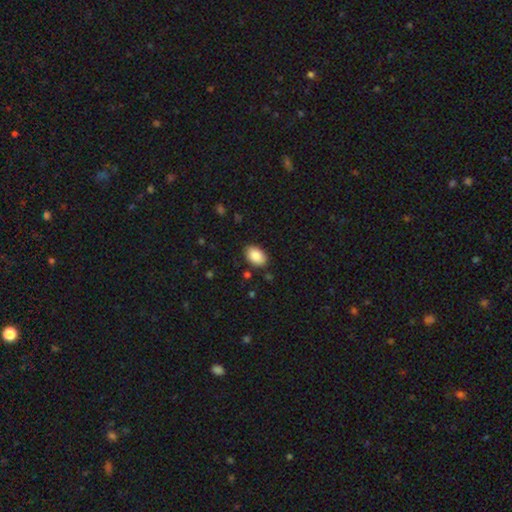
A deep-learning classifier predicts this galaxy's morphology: Smooth or featured: smooth — 88% (star or artifact — 7%)
How rounded: in between — 89% (round — 10%)
Merging: none — 87% (minor disturbance — 10%)